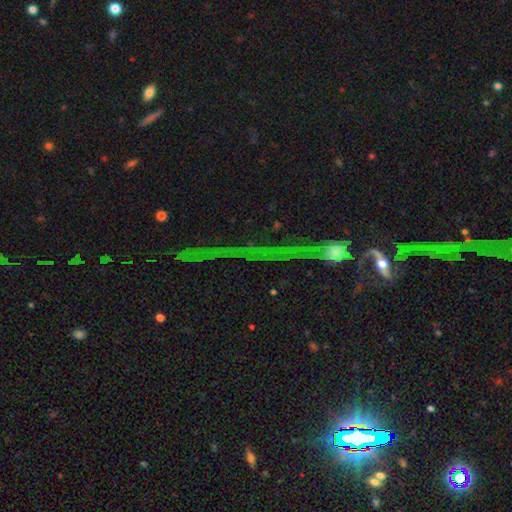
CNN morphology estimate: This is likely a star or artifact rather than a galaxy (69%).